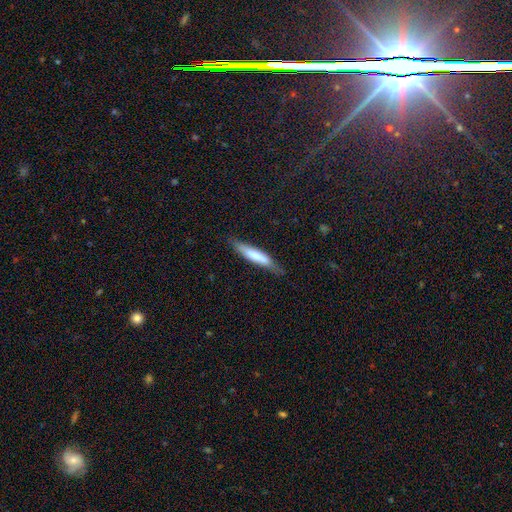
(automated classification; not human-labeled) smooth 67%, featured or disk 27%, star or artifact 6%. Down the decision tree: how rounded — cigar-shaped (86%); merging — none (73%).